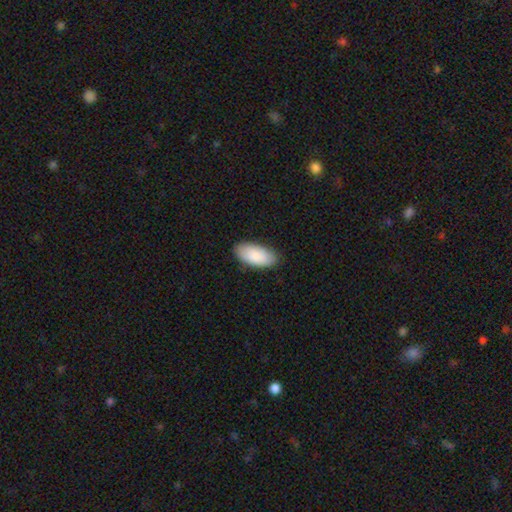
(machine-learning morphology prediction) This appears to be a smooth galaxy with no disk features (89%) that is in between round and cigar-shaped (94%). Merging: none (85%).